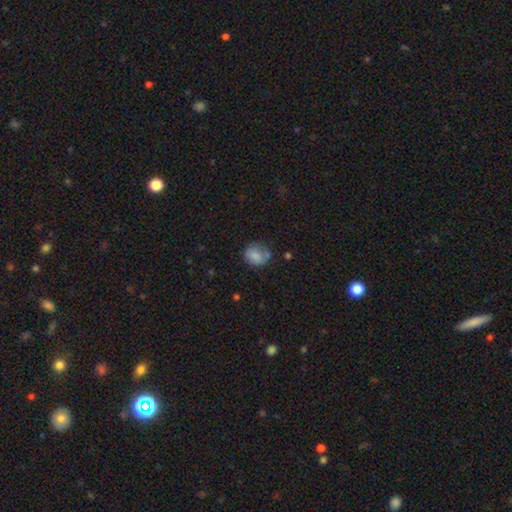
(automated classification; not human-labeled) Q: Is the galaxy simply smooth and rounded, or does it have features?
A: smooth — 76%.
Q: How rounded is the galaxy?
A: round — 61%.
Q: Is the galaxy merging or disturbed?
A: none — 52%.